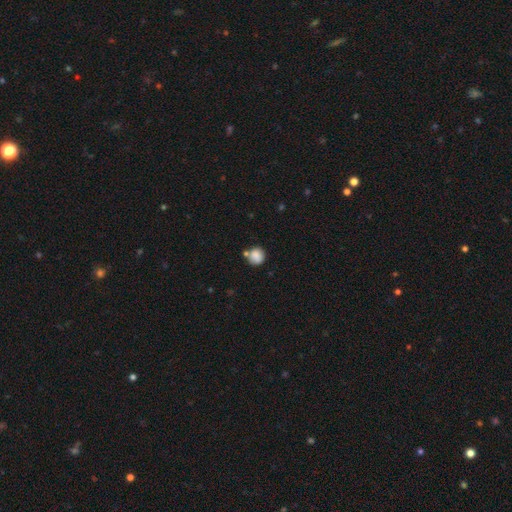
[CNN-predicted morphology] smooth-or-featured: smooth: 84% | star or artifact: 9% | featured or disk: 7%
  how-rounded: round: 84% | in between: 15% | cigar-shaped: 1%
  merging: none: 62% | merger: 18% | minor disturbance: 15% | major disturbance: 4%